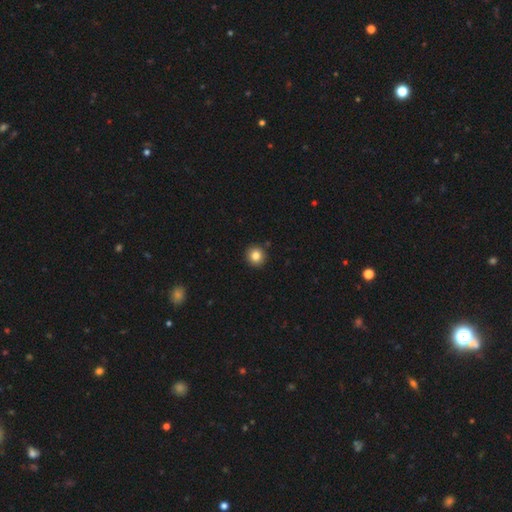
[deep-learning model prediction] smooth-or-featured: smooth: 84% | star or artifact: 10% | featured or disk: 6%
  how-rounded: round: 92% | in between: 7% | cigar-shaped: 1%
  merging: none: 91% | minor disturbance: 6% | merger: 2% | major disturbance: 1%